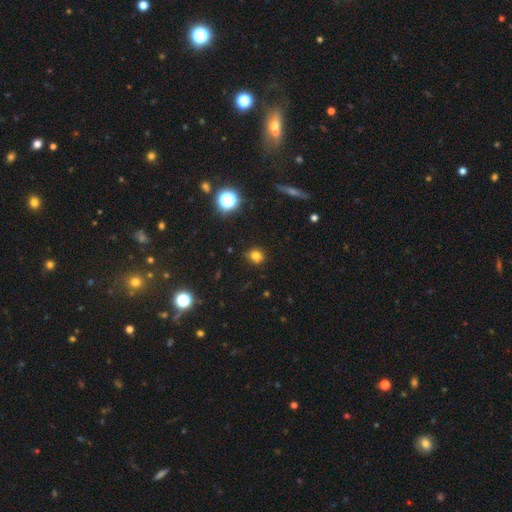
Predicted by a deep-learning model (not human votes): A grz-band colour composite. It shows a smooth galaxy with no disk features (74%) that is round (77%). Merging: none (82%).